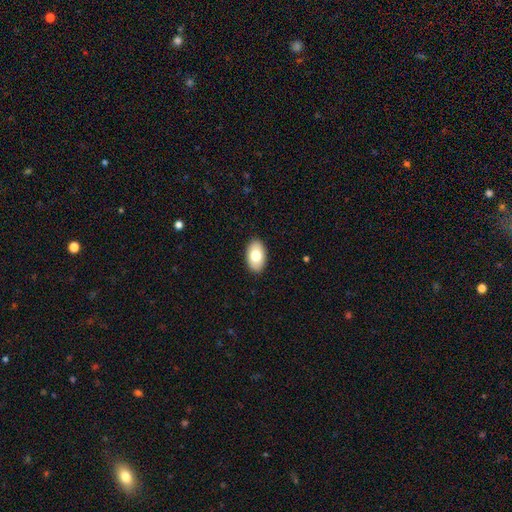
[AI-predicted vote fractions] smooth_or_featured: smooth (p=0.77) [alt: featured or disk p=0.16]
how_rounded: in between (p=0.94) [alt: round p=0.05]
merging: none (p=0.90) [alt: minor disturbance p=0.07]